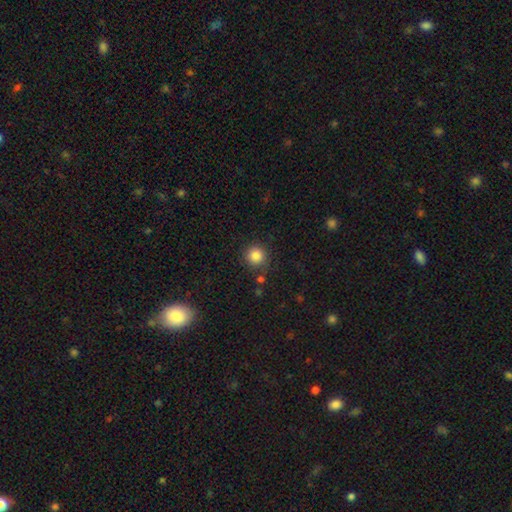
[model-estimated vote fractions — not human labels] The model was most divided on "smooth or featured": smooth: 85%, star or artifact: 11%, featured or disk: 4%. More confident: how rounded — round (94%); merging — none (85%).